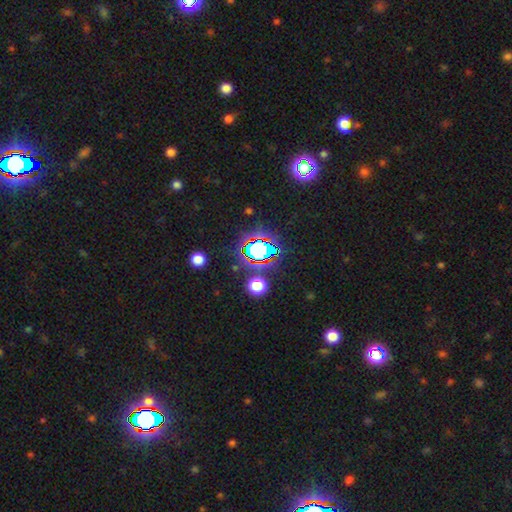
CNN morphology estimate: A star or artifact, not a galaxy (75%).